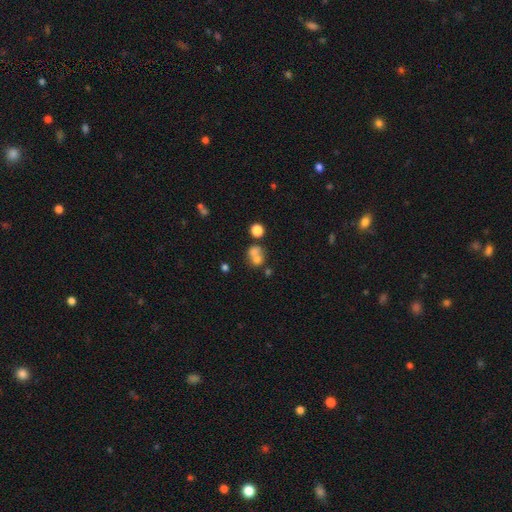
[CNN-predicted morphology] smooth-or-featured: smooth: 68% | featured or disk: 18% | star or artifact: 14%
  how-rounded: round: 71% | in between: 28% | cigar-shaped: 1%
  merging: merger: 56% | none: 31% | minor disturbance: 8% | major disturbance: 5%